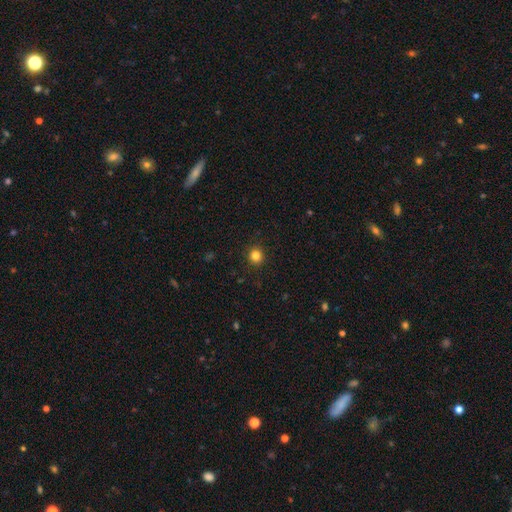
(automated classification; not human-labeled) Q: Smooth or featured?
A: smooth (83%); runner-up: star or artifact (13%)
Q: How rounded?
A: round (92%); runner-up: in between (7%)
Q: Merging?
A: none (92%); runner-up: minor disturbance (5%)